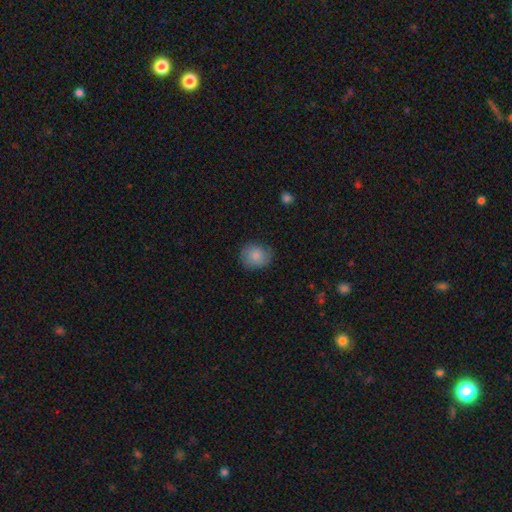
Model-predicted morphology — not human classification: Overall: smooth (83%). How rounded: round (72%). Merging: none (74%).